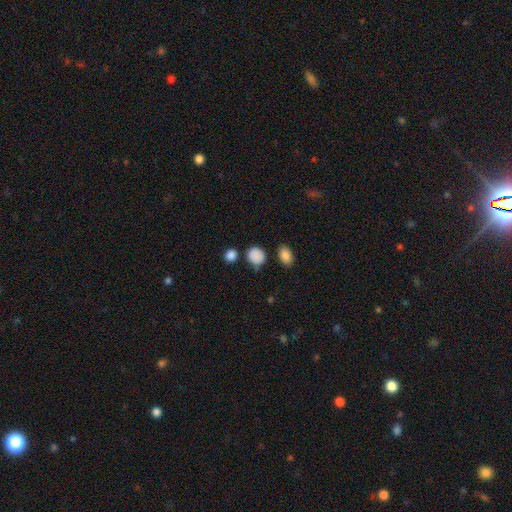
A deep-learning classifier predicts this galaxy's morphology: type=smooth (86%); roundness=round (68%); merging=none (74%).